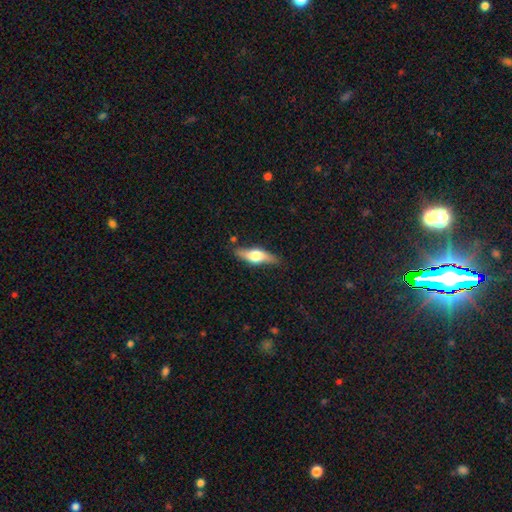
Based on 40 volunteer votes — This is likely a featured or disk galaxy (65%). It is clearly viewed edge-on (96%). Edge-on bulge: clearly rounded (96%). Merging: clearly none (82%).